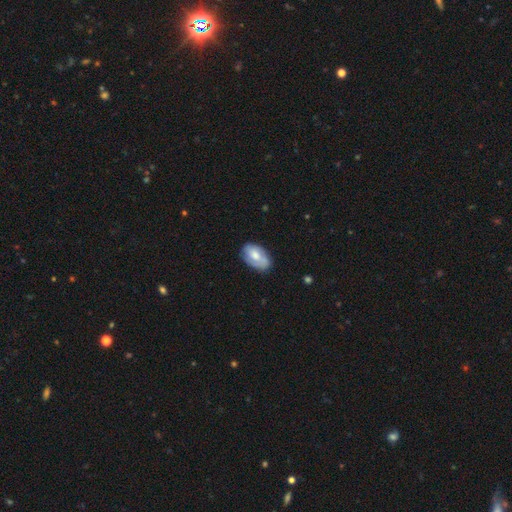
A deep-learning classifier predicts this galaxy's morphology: This appears to be a smooth galaxy with no disk features (60%) that is in between round and cigar-shaped (92%). Merging: none (64%).